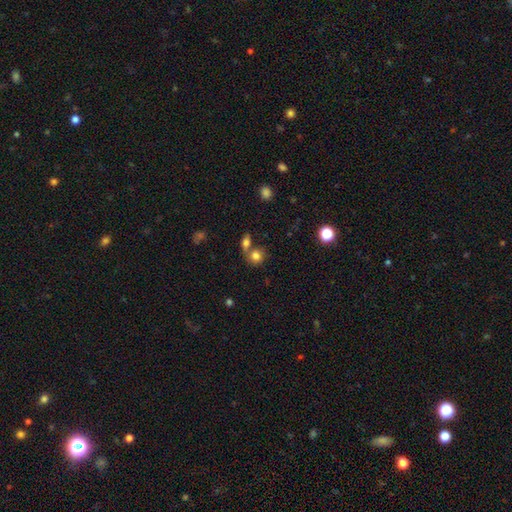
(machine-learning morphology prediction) A smooth galaxy with no disk features (80%) that is round (76%).

Vote fractions:
- Smooth or featured? smooth: 80% / star or artifact: 11% / featured or disk: 9%
- How rounded? round: 76% / in between: 23% / cigar-shaped: 1%
- Merging? none: 46% / merger: 40% / minor disturbance: 10% / major disturbance: 5%